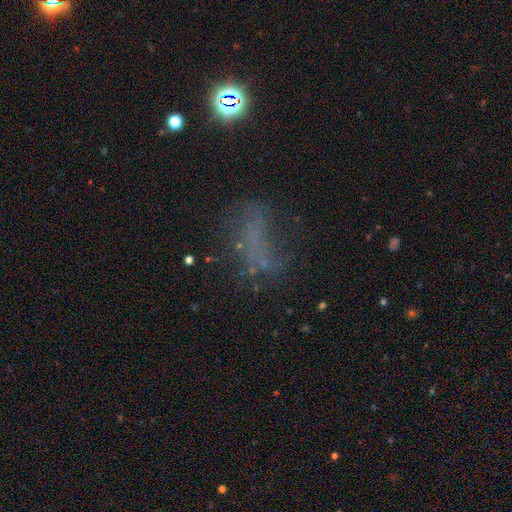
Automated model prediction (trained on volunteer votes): smooth 34%, featured or disk 33%, star or artifact 33%. Down the decision tree: merging — none (46%).